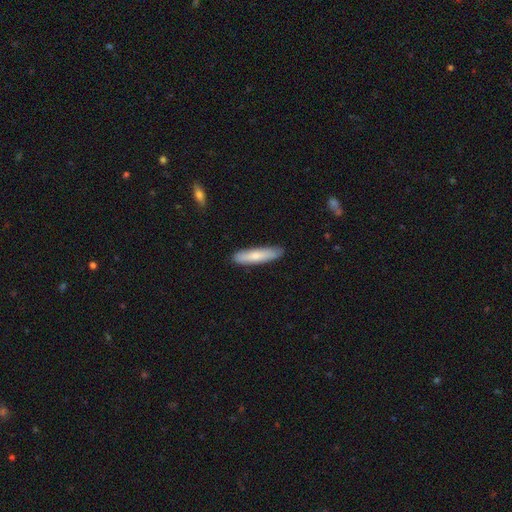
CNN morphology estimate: A smooth galaxy with no disk features (74%) that is cigar-shaped (83%). Merging: none (87%).